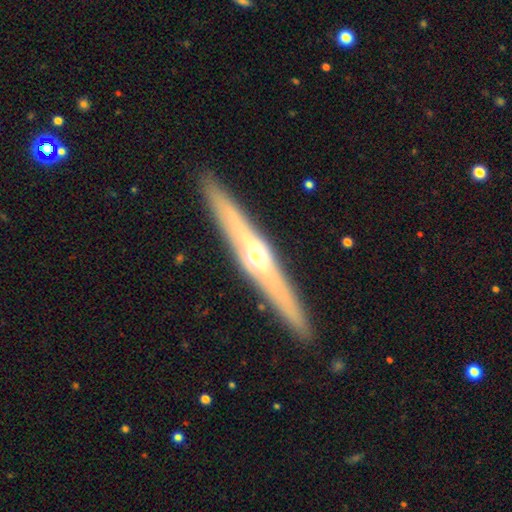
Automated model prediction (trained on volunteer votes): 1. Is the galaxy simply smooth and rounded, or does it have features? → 70% featured or disk, 24% smooth, 6% star or artifact.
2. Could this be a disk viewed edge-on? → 95% yes, 5% no.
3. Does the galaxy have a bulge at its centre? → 88% rounded, 8% none, 4% boxy.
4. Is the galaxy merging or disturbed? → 91% none, 6% minor disturbance, 1% major disturbance, 1% merger.